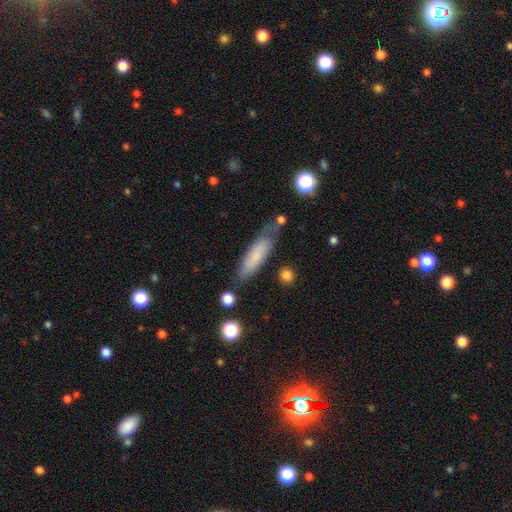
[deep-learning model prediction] Overall: smooth (70%). How rounded: cigar-shaped (69%; in between 30%). Merging: none (68%).